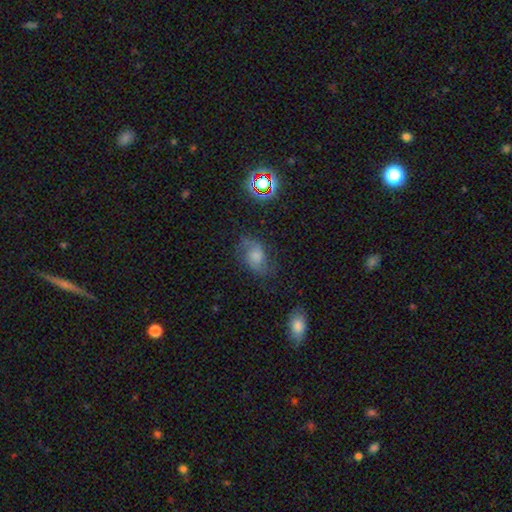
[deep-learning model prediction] Morphology: type=featured or disk (47%); merging=none (66%).